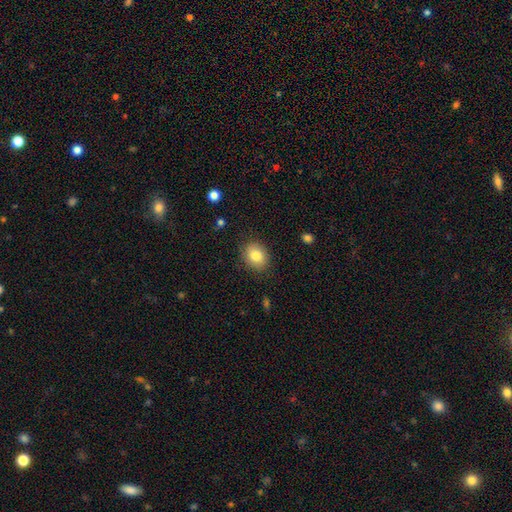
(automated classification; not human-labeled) Smooth or featured? Predicted: smooth (p=0.83). How rounded? Predicted: round (p=0.50). Merging? Predicted: none (p=0.86).